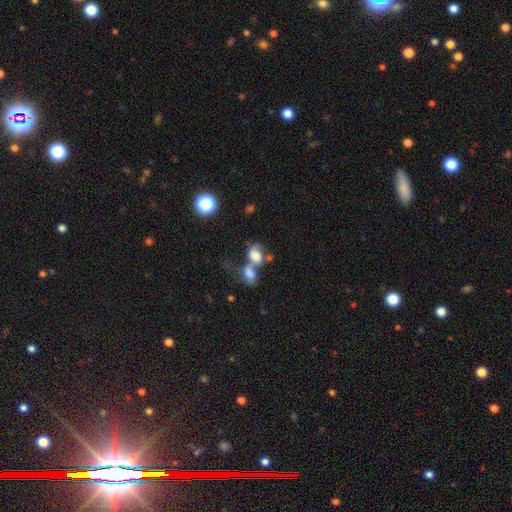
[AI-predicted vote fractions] smooth-or-featured: smooth: 61% | featured or disk: 27% | star or artifact: 12%
  how-rounded: in between: 71% | round: 27% | cigar-shaped: 2%
  merging: merger: 67% | none: 15% | major disturbance: 10% | minor disturbance: 8%